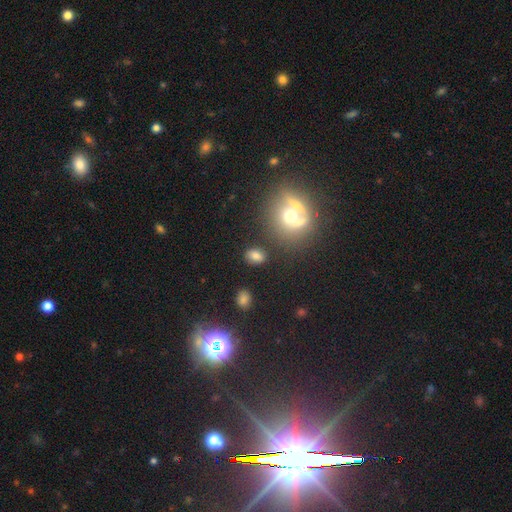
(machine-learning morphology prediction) Smooth or featured: smooth — 77% (star or artifact — 13%)
How rounded: in between — 72% (round — 26%)
Merging: none — 79% (minor disturbance — 11%)